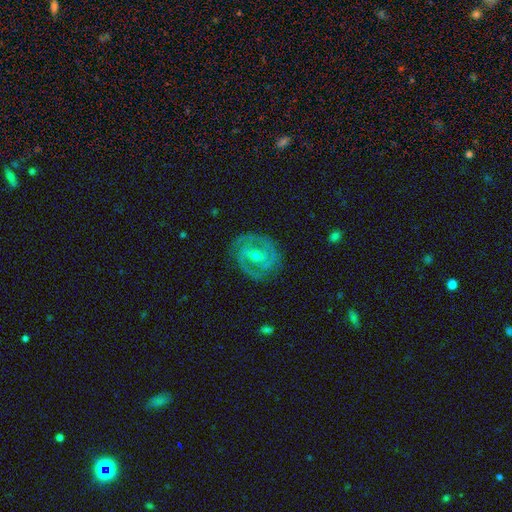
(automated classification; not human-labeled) Smooth or featured: featured or disk — 85% (smooth — 10%)
Edge-on disk: no — 97% (yes — 3%)
Bar: weak — 44% (no — 30%)
Spiral arms: yes — 90% (no — 10%)
Spiral winding: tight — 56% (medium — 36%)
Spiral arm count: 2 — 74% (can't tell — 10%)
Bulge size: moderate — 56% (small — 41%)
Merging: none — 82% (minor disturbance — 13%)